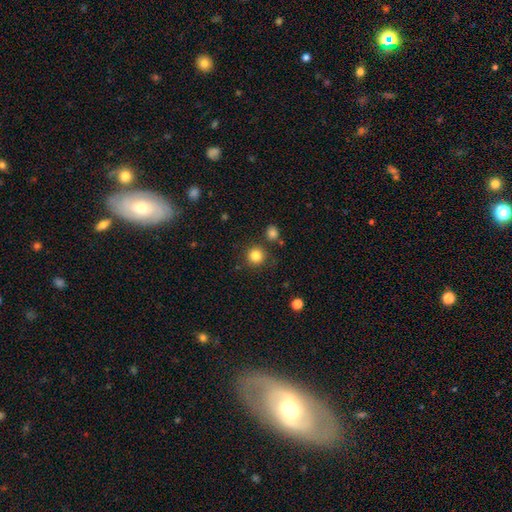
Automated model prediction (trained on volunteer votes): A smooth galaxy with no disk features (84%) that is round (94%). Merging: none (86%).